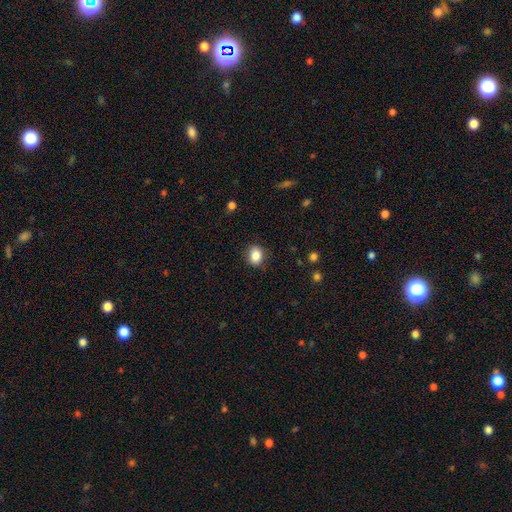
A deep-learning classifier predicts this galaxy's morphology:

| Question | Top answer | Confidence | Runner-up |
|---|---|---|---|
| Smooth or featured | smooth | 85% | star or artifact (9%) |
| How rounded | in between | 51% | round (48%) |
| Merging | none | 87% | minor disturbance (10%) |